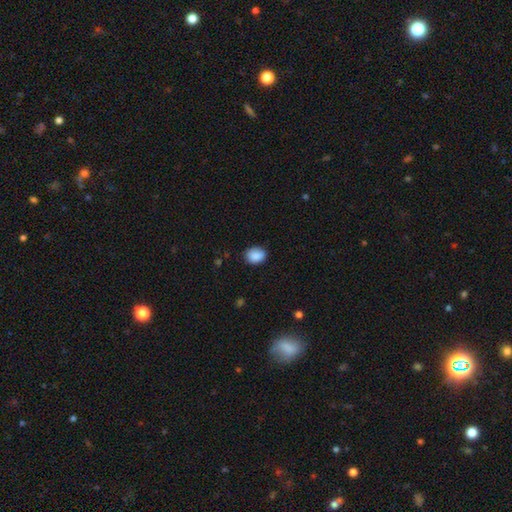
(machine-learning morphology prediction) Smooth or featured?
  - smooth: 88% *
  - star or artifact: 8%
  - featured or disk: 4%
How rounded?
  - in between: 57% *
  - round: 42%
  - cigar-shaped: 1%
Merging?
  - none: 82% *
  - minor disturbance: 14%
  - major disturbance: 3%
  - merger: 1%